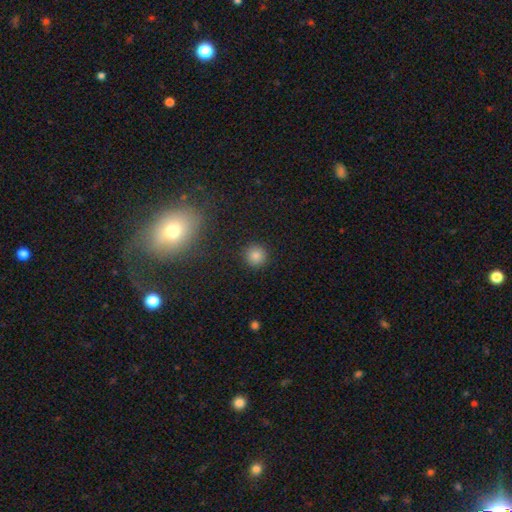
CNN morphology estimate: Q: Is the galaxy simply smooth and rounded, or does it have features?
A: smooth — 83%.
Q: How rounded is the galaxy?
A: round — 94%.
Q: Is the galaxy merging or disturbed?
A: none — 91%.